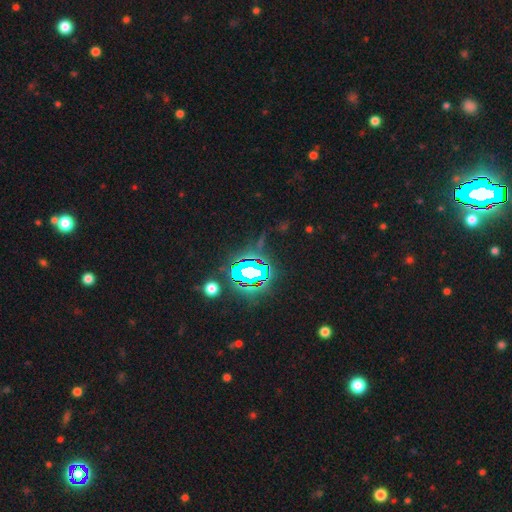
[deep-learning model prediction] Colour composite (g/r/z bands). It shows a star or artifact, not a galaxy (84%).